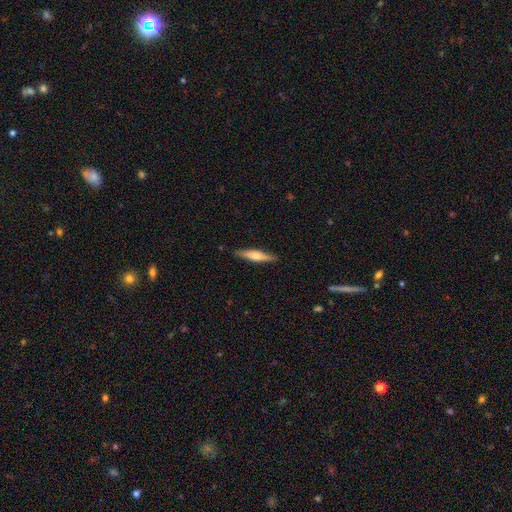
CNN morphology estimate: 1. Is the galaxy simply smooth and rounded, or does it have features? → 51% featured or disk, 43% smooth, 6% star or artifact.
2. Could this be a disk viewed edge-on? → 95% yes, 5% no.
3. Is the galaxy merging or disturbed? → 88% none, 9% minor disturbance, 2% major disturbance, 1% merger.